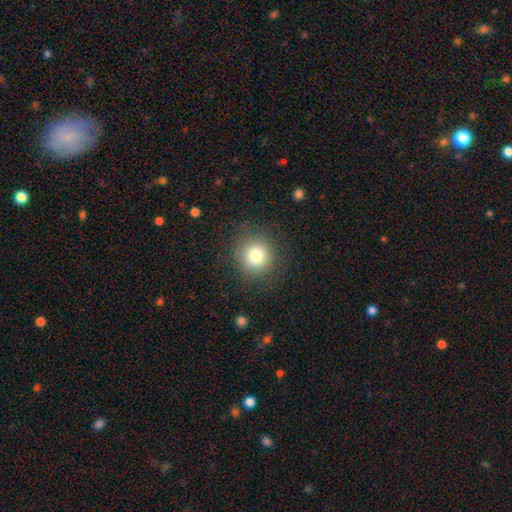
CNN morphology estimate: Smooth or featured? smooth (79%)
How rounded? round (91%)
Merging? none (87%)